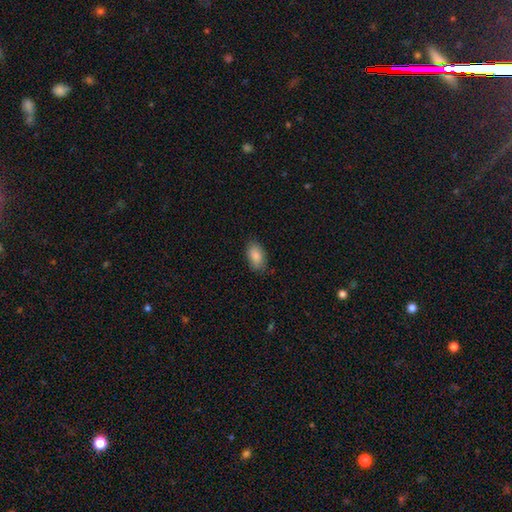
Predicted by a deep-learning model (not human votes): Smooth or featured? Predicted: smooth (p=0.87). How rounded? Predicted: in between (p=0.93). Merging? Predicted: none (p=0.83).